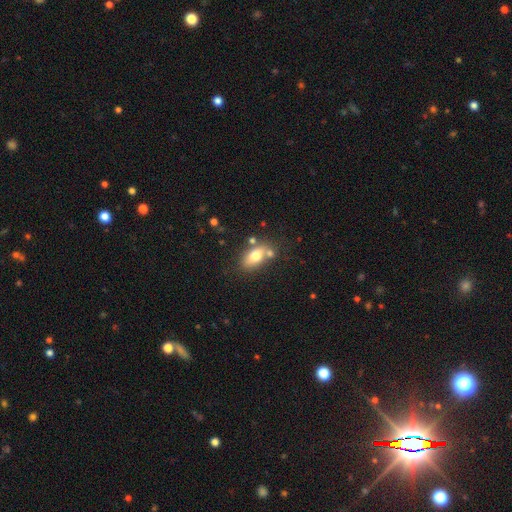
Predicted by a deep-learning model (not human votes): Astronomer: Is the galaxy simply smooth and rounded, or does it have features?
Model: smooth — 73%.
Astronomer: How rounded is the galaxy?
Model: in between — 85%.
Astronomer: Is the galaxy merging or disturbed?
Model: none — 57%.